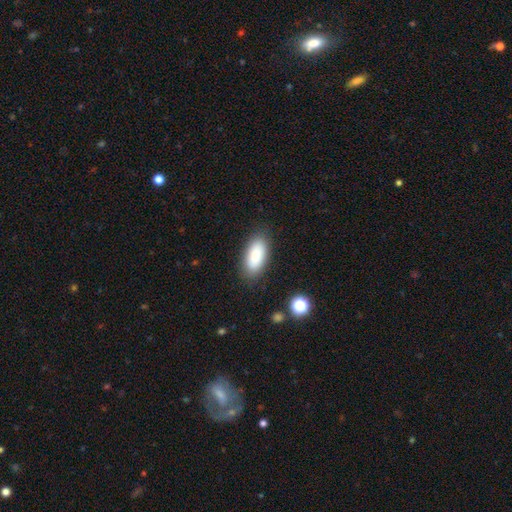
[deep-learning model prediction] smooth-or-featured: smooth: 86% | star or artifact: 7% | featured or disk: 7%
  how-rounded: in between: 88% | cigar-shaped: 10% | round: 2%
  merging: none: 84% | minor disturbance: 11% | major disturbance: 3% | merger: 2%